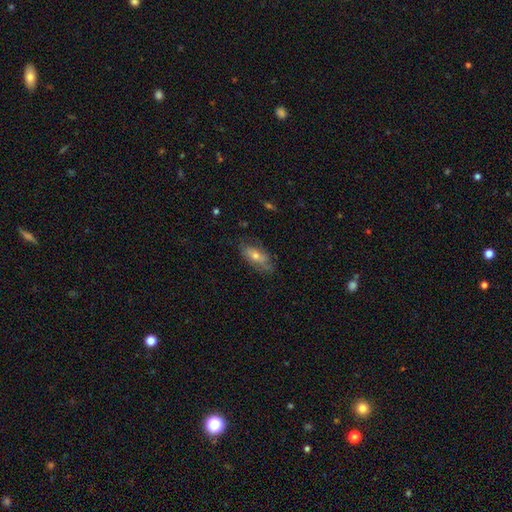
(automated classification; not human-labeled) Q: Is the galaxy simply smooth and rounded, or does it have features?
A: smooth — 51%.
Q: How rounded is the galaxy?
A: in between — 77%.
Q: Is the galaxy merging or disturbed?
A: none — 71%.